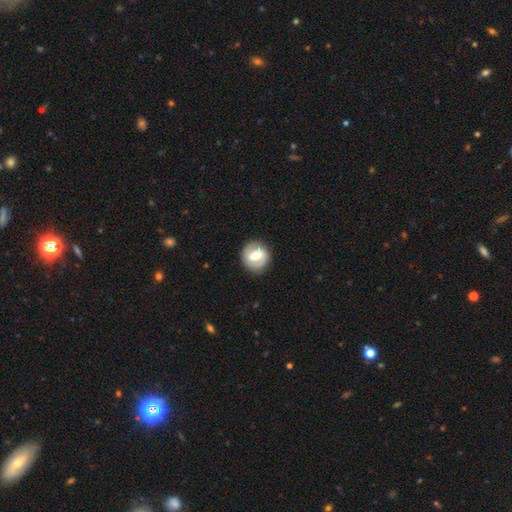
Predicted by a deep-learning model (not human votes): This is possibly a featured or disk galaxy (57%). It is clearly not viewed edge-on (96%). Bar: marginally strong (43%). Spiral arm pattern: likely yes (60%). Central bulge: likely moderate (68%). Merging: clearly none (87%).